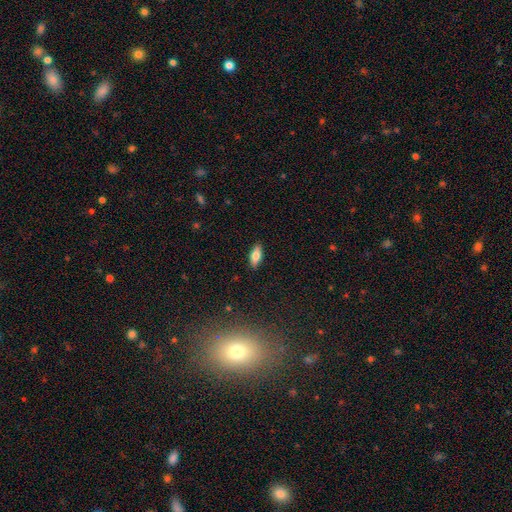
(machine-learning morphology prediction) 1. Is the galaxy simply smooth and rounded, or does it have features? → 76% smooth, 17% featured or disk, 7% star or artifact.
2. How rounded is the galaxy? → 79% in between, 19% cigar-shaped, 3% round.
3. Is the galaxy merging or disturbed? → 88% none, 9% minor disturbance, 2% major disturbance, 1% merger.